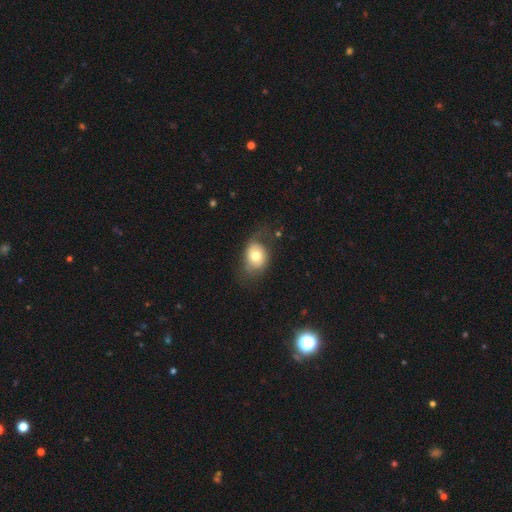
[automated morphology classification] smooth-or-featured: smooth: 62% | featured or disk: 30% | star or artifact: 8%
  how-rounded: in between: 58% | round: 41% | cigar-shaped: 1%
  merging: none: 44% | minor disturbance: 30% | major disturbance: 24% | merger: 2%